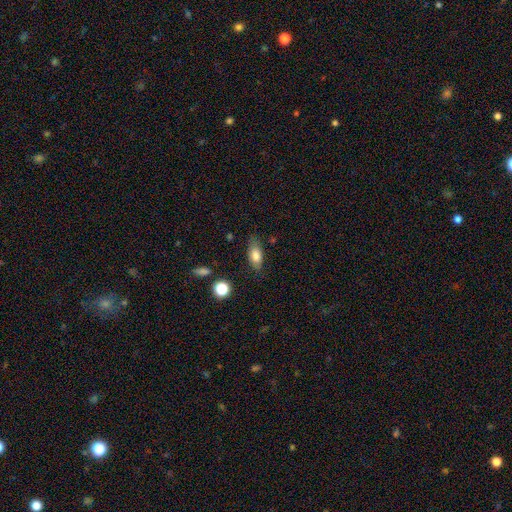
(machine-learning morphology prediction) This is likely a smooth galaxy (78%). How rounded: clearly in between (82%). Merging: likely none (75%).